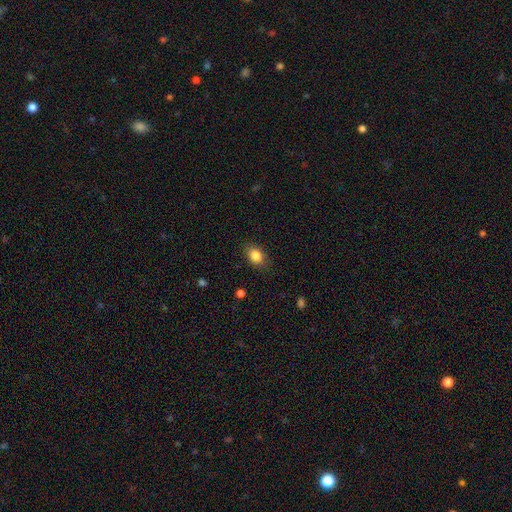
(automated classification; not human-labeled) The model was most divided on "how rounded": in between: 72%, round: 26%, cigar-shaped: 1%. More confident: smooth or featured — smooth (85%); merging — none (84%).